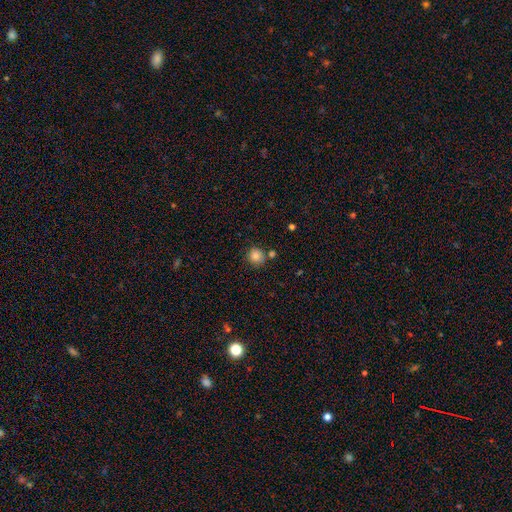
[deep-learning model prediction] smooth-or-featured: smooth: 82% | star or artifact: 11% | featured or disk: 7%
  how-rounded: round: 88% | in between: 11% | cigar-shaped: 1%
  merging: none: 78% | minor disturbance: 10% | merger: 9% | major disturbance: 3%